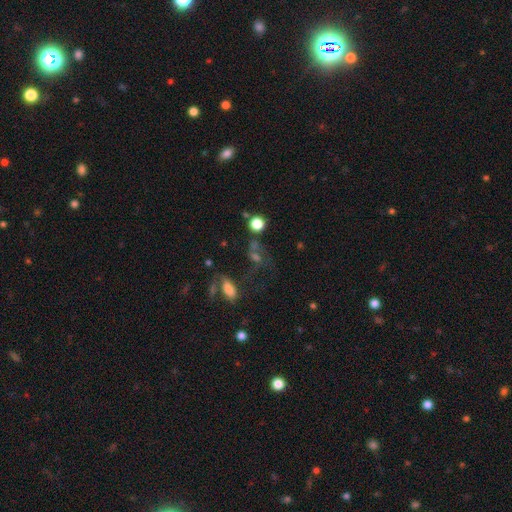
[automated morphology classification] smooth 39%, star or artifact 37%, featured or disk 24%. Down the decision tree: merging — none (49%).